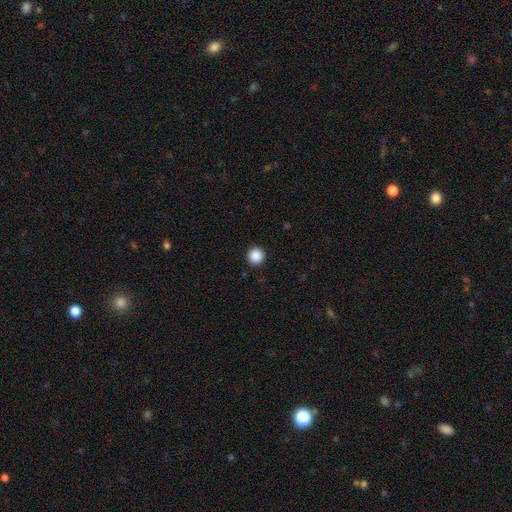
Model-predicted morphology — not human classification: This is clearly a smooth galaxy (88%). How rounded: clearly round (96%). Merging: clearly none (93%).